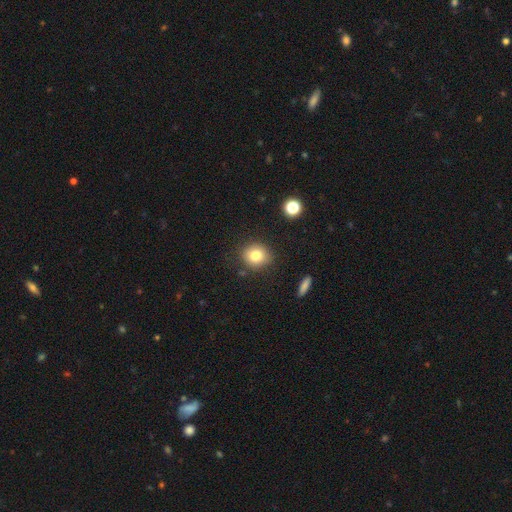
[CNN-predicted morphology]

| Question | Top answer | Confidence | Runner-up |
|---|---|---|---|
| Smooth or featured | smooth | 79% | star or artifact (11%) |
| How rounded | round | 79% | in between (20%) |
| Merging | none | 84% | minor disturbance (10%) |